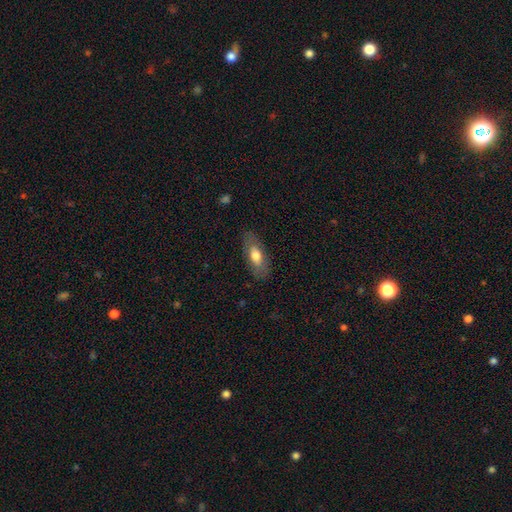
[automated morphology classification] This is likely a smooth galaxy (65%). How rounded: likely in between (79%). Merging: clearly none (81%).